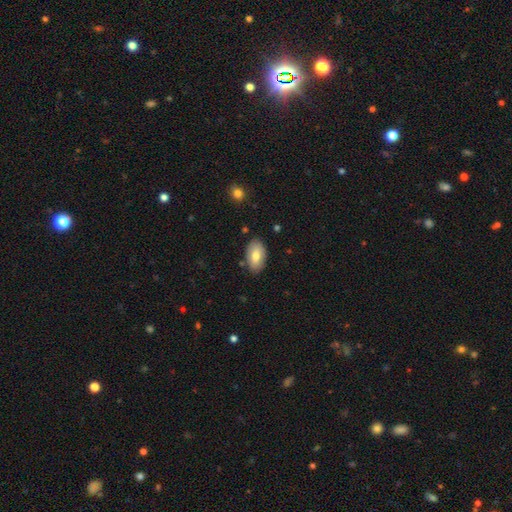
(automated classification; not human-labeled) A smooth galaxy with no disk features (74%) that is in between round and cigar-shaped (94%).

Vote fractions:
- Smooth or featured? smooth: 74% / featured or disk: 19% / star or artifact: 6%
- How rounded? in between: 94% / round: 4% / cigar-shaped: 2%
- Merging? none: 84% / minor disturbance: 11% / major disturbance: 2% / merger: 2%